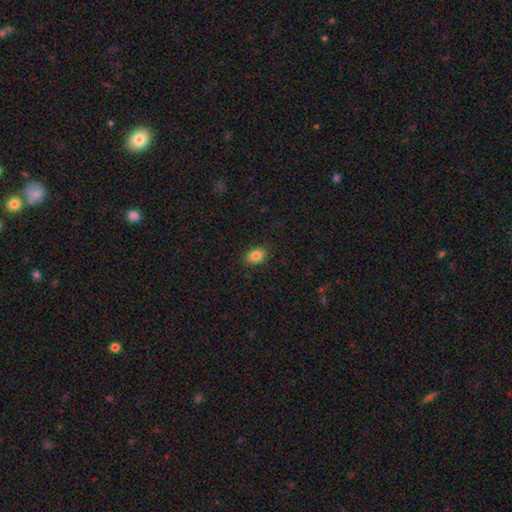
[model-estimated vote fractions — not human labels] smooth-or-featured: smooth: 85% | star or artifact: 9% | featured or disk: 6%
  how-rounded: in between: 76% | round: 22% | cigar-shaped: 1%
  merging: none: 87% | minor disturbance: 10% | major disturbance: 2% | merger: 1%